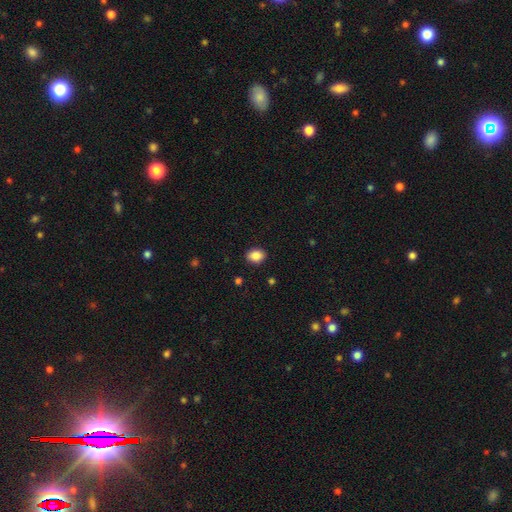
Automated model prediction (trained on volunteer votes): This appears to be a smooth galaxy with no disk features (88%) that is in between round and cigar-shaped (65%). Merging: none (90%).